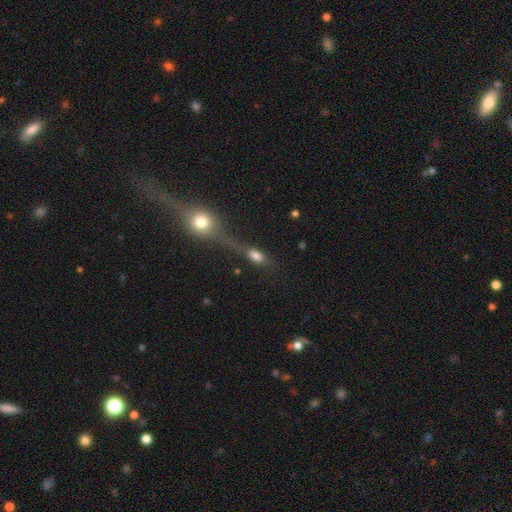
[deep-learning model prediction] smooth 72%, featured or disk 15%, star or artifact 13%. Down the decision tree: how rounded — in between (70%); merging — merger (41%).